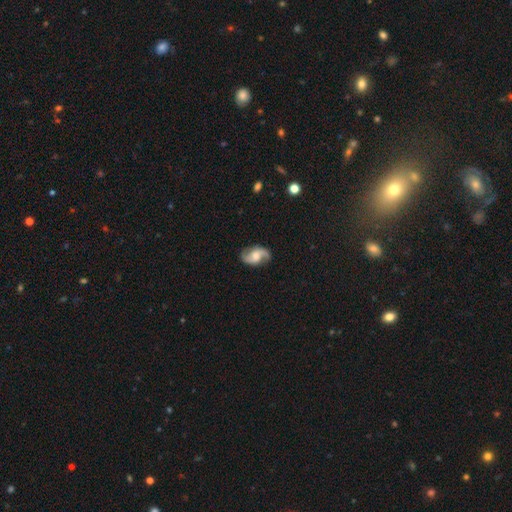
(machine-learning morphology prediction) A featured or disk galaxy (81%) with no bar (50%), 2 (92%) loose (51%) spiral arms (96%) and a moderate central bulge (54%).

Vote fractions:
- Smooth or featured? featured or disk: 81% / smooth: 13% / star or artifact: 6%
- Edge-on disk? no: 97% / yes: 3%
- Bar? no: 50% / weak: 40% / strong: 10%
- Spiral arms? yes: 96% / no: 4%
- Spiral winding? loose: 51% / medium: 38% / tight: 11%
- Spiral arm count? 2: 92% / can't tell: 3% / 1: 2% / 3: 1% / 4: 1% / more than 4: 1%
- Bulge size? moderate: 54% / small: 27% / large: 11% / none: 6% / dominant: 2%
- Merging? none: 81% / minor disturbance: 14% / major disturbance: 4% / merger: 1%